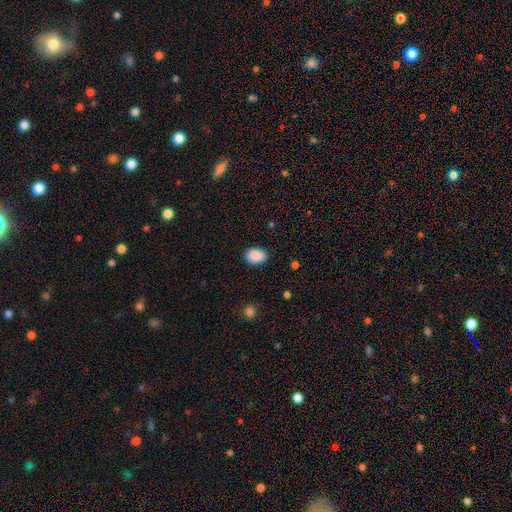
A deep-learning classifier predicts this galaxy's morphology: Smooth or featured: smooth — 90% (star or artifact — 7%)
How rounded: in between — 77% (round — 22%)
Merging: none — 87% (minor disturbance — 9%)